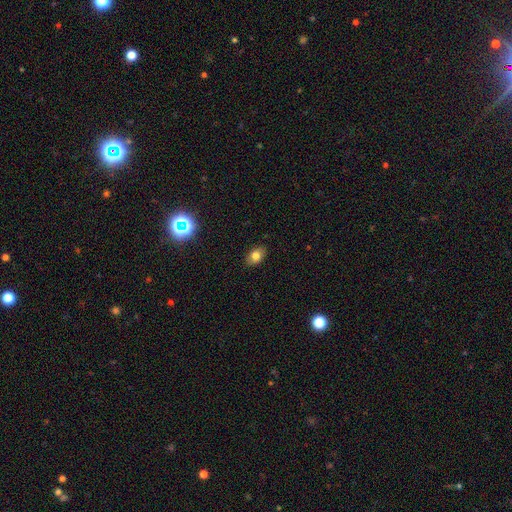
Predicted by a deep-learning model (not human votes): smooth-or-featured: smooth: 78% | featured or disk: 11% | star or artifact: 11%
  how-rounded: in between: 84% | round: 14% | cigar-shaped: 2%
  merging: none: 88% | minor disturbance: 9% | major disturbance: 2% | merger: 1%